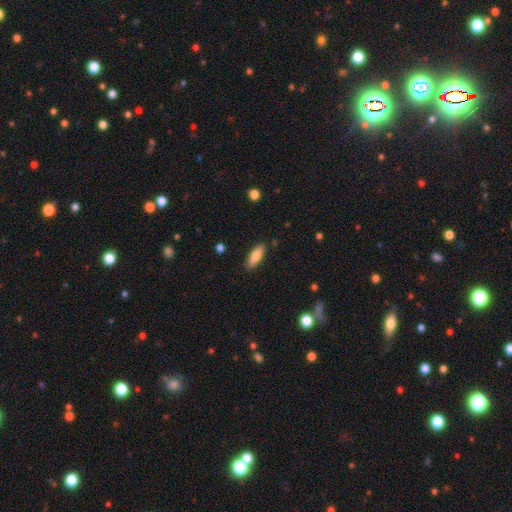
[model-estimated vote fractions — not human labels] Smooth or featured?
  - smooth: 81% *
  - featured or disk: 13%
  - star or artifact: 6%
How rounded?
  - in between: 66% *
  - cigar-shaped: 33%
  - round: 2%
Merging?
  - none: 87% *
  - minor disturbance: 10%
  - major disturbance: 2%
  - merger: 1%